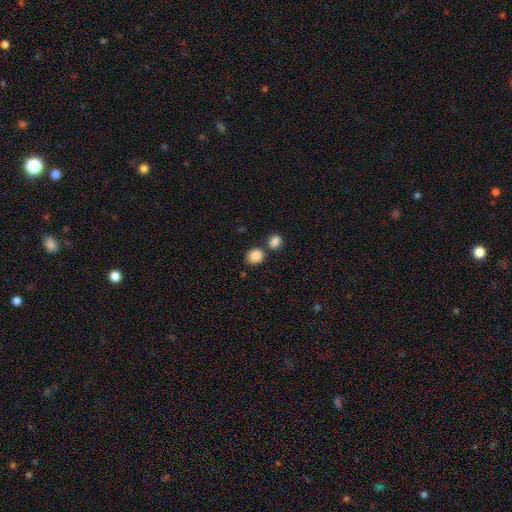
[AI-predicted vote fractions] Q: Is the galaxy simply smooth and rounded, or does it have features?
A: smooth — 87%.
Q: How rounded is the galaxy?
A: round — 67%.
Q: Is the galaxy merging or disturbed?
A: none — 62%.